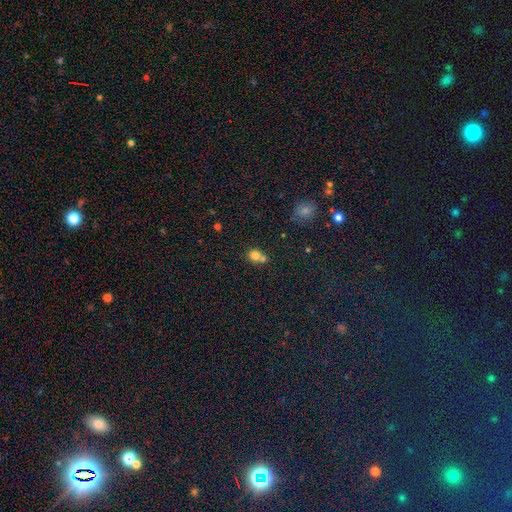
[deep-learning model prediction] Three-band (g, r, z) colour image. It shows a smooth galaxy with no disk features (77%) that is round (77%). Merging: merger (49%).